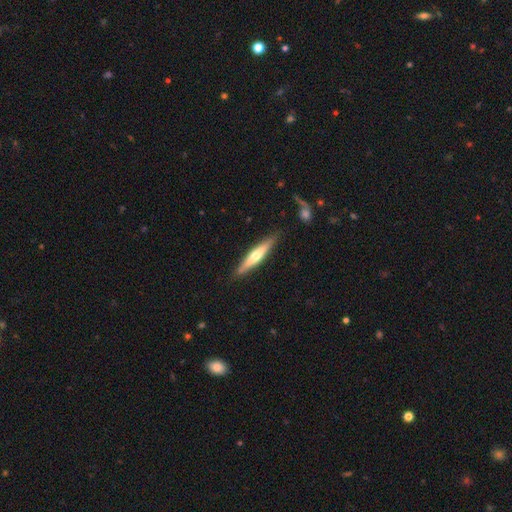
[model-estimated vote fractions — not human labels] A featured or disk galaxy (55%) viewed edge-on (95%) with a rounded central bulge (83%). Merging: none (86%).